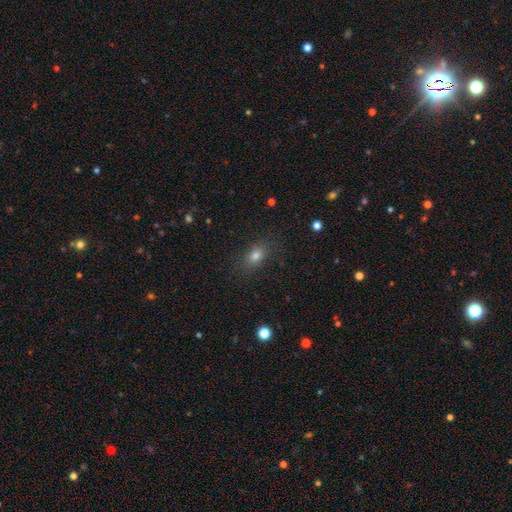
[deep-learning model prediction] smooth 75%, star or artifact 14%, featured or disk 10%. Down the decision tree: how rounded — in between (73%); merging — none (83%).